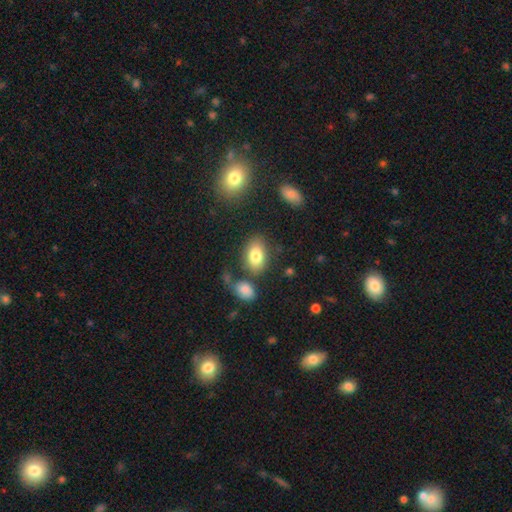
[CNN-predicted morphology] Smooth or featured? smooth (80%)
How rounded? in between (86%)
Merging? none (72%)